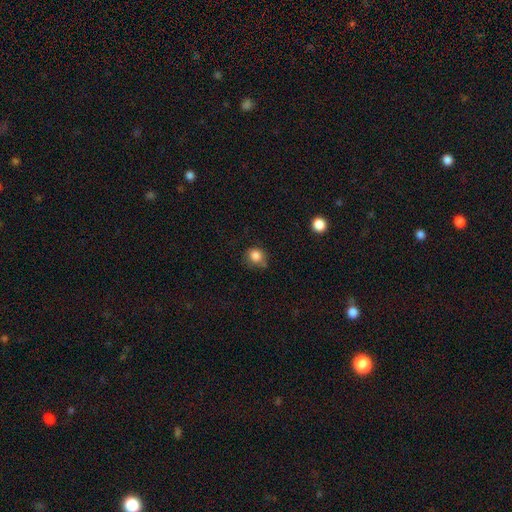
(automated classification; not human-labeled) smooth-or-featured: smooth: 84% | star or artifact: 11% | featured or disk: 5%
  how-rounded: round: 84% | in between: 15% | cigar-shaped: 1%
  merging: none: 64% | minor disturbance: 25% | major disturbance: 6% | merger: 5%